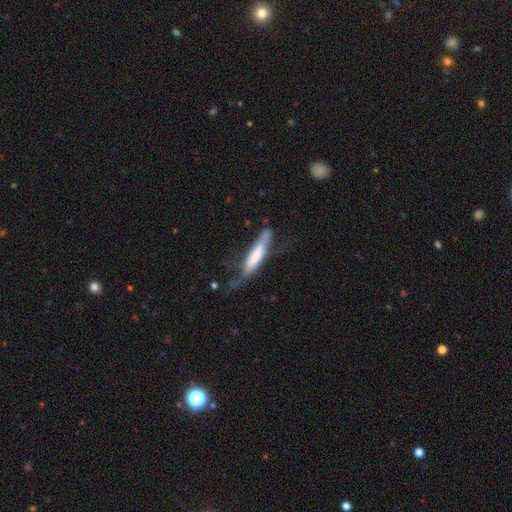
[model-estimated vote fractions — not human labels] A smooth galaxy with no disk features (49%). Merging: none (38%).